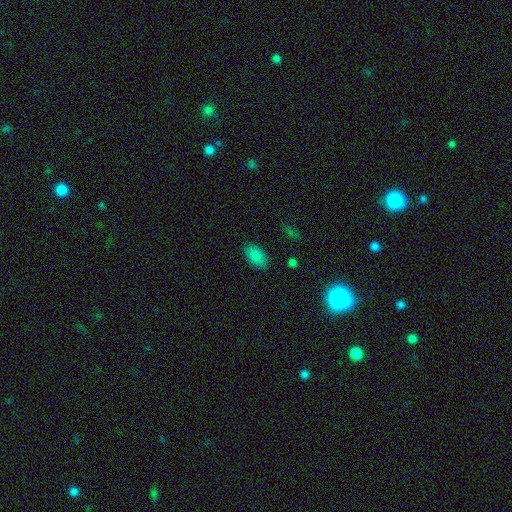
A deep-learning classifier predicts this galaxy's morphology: Smooth or featured? Predicted: smooth (p=0.85). How rounded? Predicted: in between (p=0.94). Merging? Predicted: none (p=0.85).